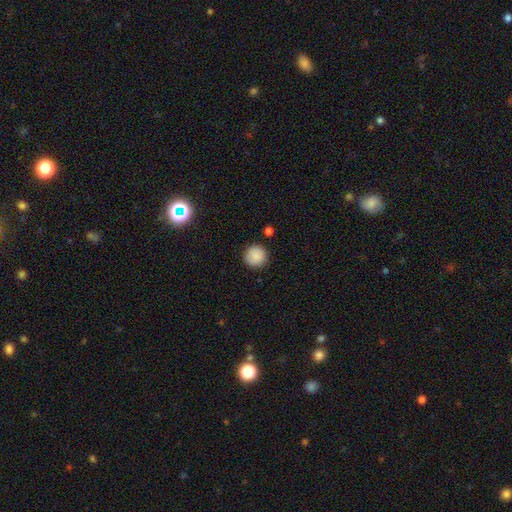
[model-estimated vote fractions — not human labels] The model was most divided on "smooth or featured": smooth: 87%, star or artifact: 9%, featured or disk: 4%. More confident: how rounded — round (95%); merging — none (89%).